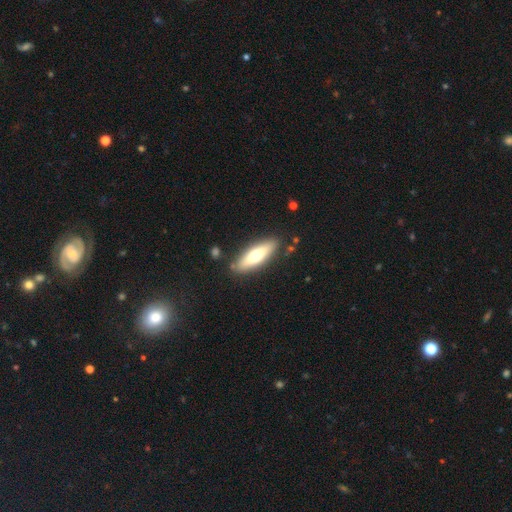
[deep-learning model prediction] The model was most divided on "how rounded": cigar-shaped: 52%, in between: 46%, round: 2%. More confident: merging — none (85%); smooth or featured — smooth (60%).